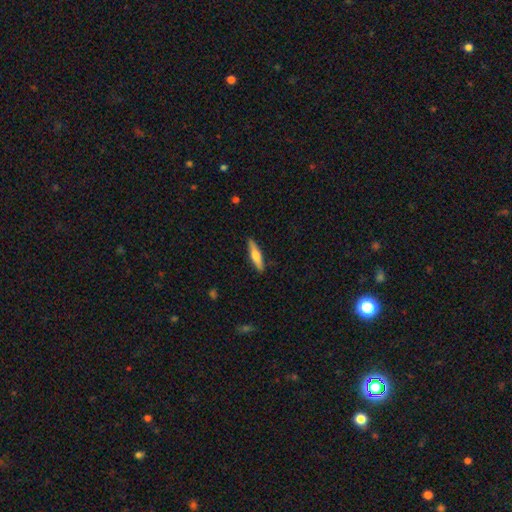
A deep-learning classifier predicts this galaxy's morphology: smooth_or_featured: smooth (p=0.56) [alt: featured or disk p=0.38]
how_rounded: cigar-shaped (p=0.81) [alt: in between p=0.18]
merging: none (p=0.89) [alt: minor disturbance p=0.09]